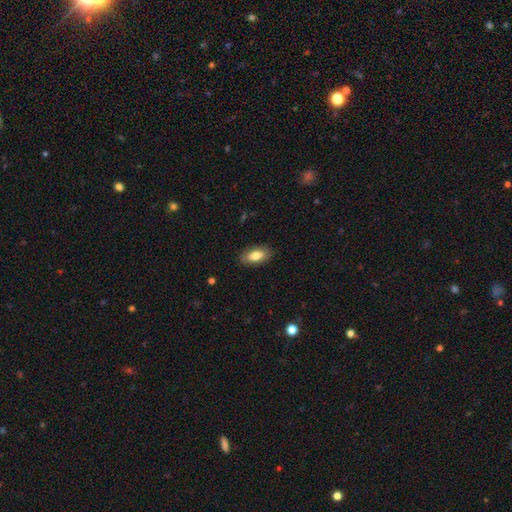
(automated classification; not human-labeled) A smooth galaxy with no disk features (80%) that is in between round and cigar-shaped (91%).

Vote fractions:
- Smooth or featured? smooth: 80% / featured or disk: 14% / star or artifact: 6%
- How rounded? in between: 91% / cigar-shaped: 5% / round: 3%
- Merging? none: 87% / minor disturbance: 10% / major disturbance: 2% / merger: 1%